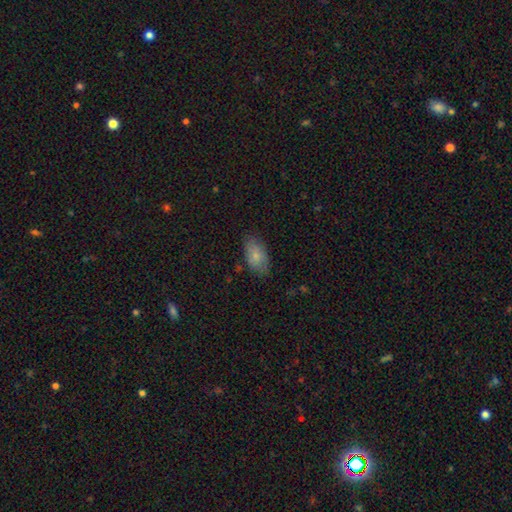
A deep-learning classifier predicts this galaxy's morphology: A smooth galaxy with no disk features (80%) that is in between round and cigar-shaped (93%). Merging: none (77%).